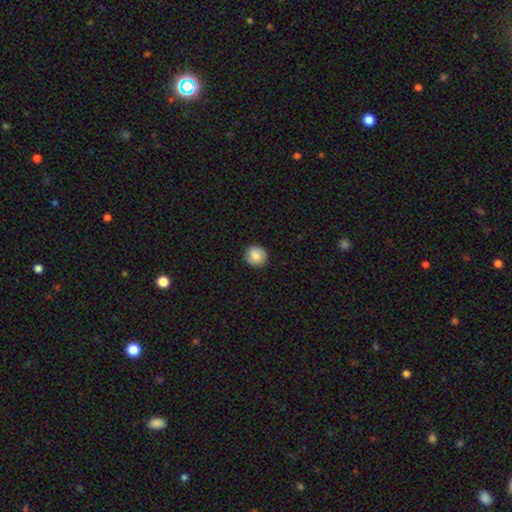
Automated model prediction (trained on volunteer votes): This is clearly a smooth galaxy (82%). How rounded: clearly round (89%). Merging: clearly none (90%).